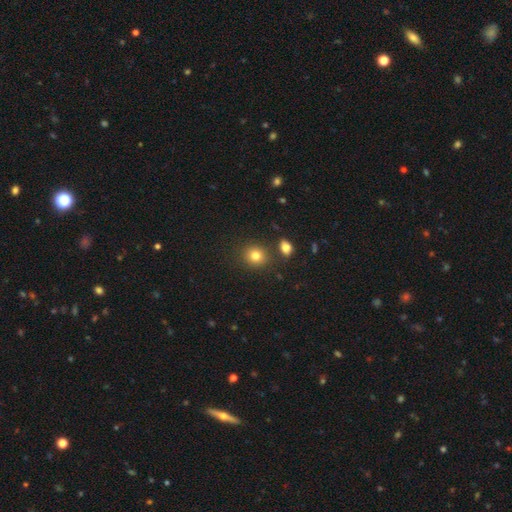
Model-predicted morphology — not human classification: This appears to be a smooth galaxy with no disk features (81%) that is round (79%). Merging: none (83%).